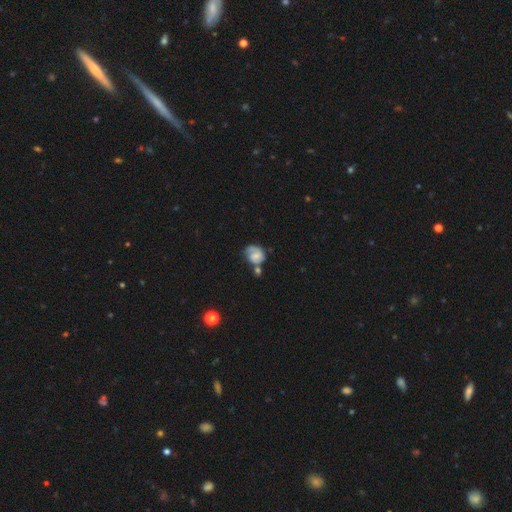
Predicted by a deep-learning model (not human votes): Smooth or featured? featured or disk (55%)
Edge-on disk? no (98%)
Bar? no (58%)
Spiral arms? yes (85%)
Bulge size? small (38%)
Merging? none (43%)